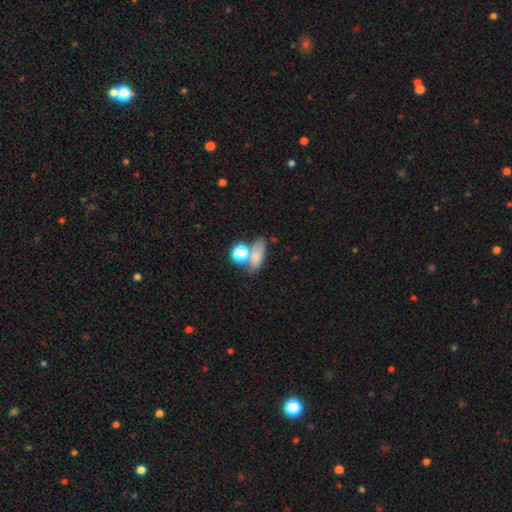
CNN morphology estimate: This is likely a smooth galaxy (70%). How rounded: likely in between (64%). Merging: possibly none (49%).